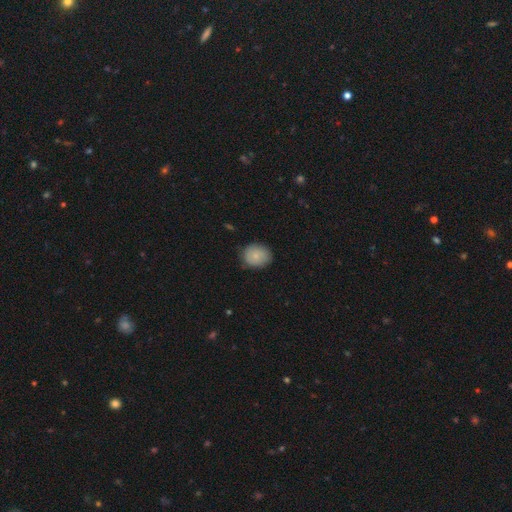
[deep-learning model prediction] This appears to be a smooth galaxy with no disk features (79%) that is round (62%). Merging: none (79%).